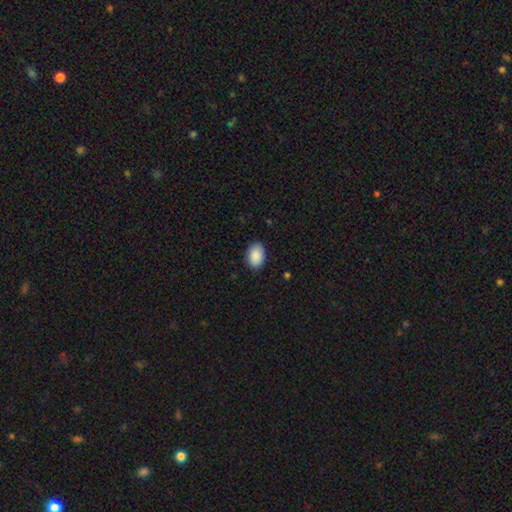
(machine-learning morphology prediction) A smooth galaxy with no disk features (90%) that is in between round and cigar-shaped (86%).

Vote fractions:
- Smooth or featured? smooth: 90% / star or artifact: 7% / featured or disk: 4%
- How rounded? in between: 86% / round: 13% / cigar-shaped: 1%
- Merging? none: 88% / minor disturbance: 9% / major disturbance: 2% / merger: 1%